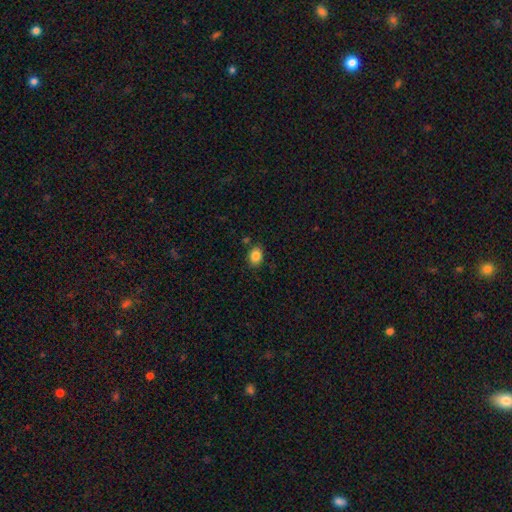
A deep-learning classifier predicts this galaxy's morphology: This appears to be a smooth galaxy with no disk features (86%) that is in between round and cigar-shaped (72%). Merging: none (83%).